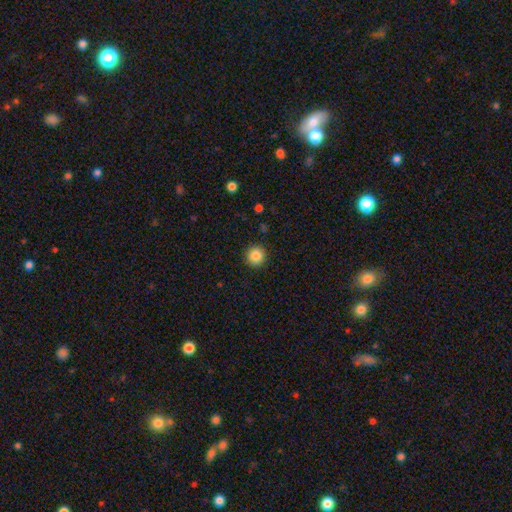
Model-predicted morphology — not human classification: type=smooth (86%); roundness=round (95%); merging=none (92%).